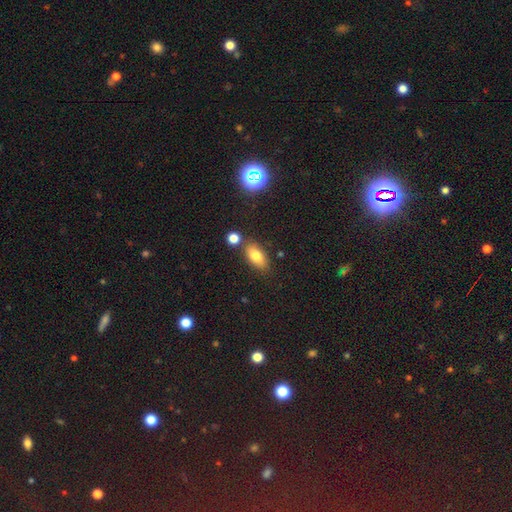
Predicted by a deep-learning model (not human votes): Smooth or featured?
  - smooth: 76% *
  - featured or disk: 13%
  - star or artifact: 11%
How rounded?
  - in between: 84% *
  - cigar-shaped: 9%
  - round: 7%
Merging?
  - none: 77% *
  - minor disturbance: 12%
  - merger: 8%
  - major disturbance: 3%